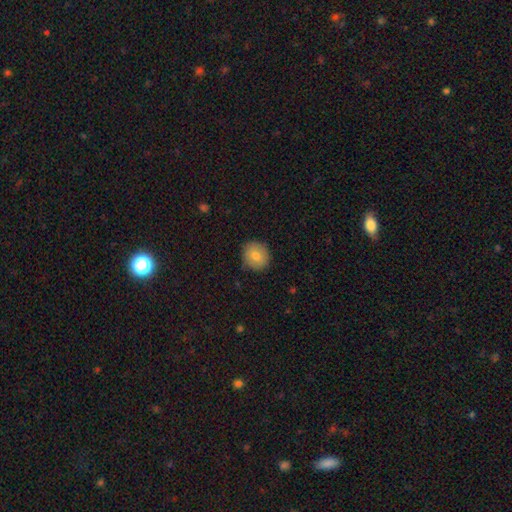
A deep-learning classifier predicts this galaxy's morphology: Smooth or featured? smooth (78%)
How rounded? round (87%)
Merging? none (86%)